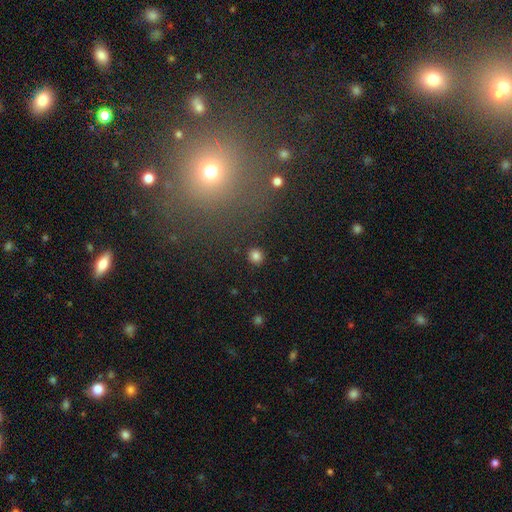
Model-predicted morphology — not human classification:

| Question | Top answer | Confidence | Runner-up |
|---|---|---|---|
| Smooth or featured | smooth | 82% | star or artifact (13%) |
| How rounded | round | 92% | in between (7%) |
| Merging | none | 91% | minor disturbance (5%) |